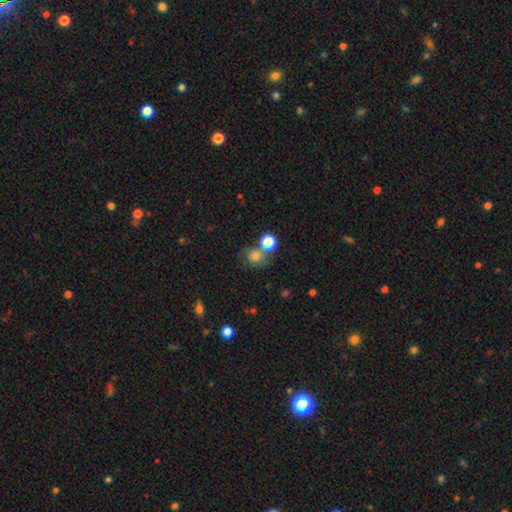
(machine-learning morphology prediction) smooth_or_featured: smooth (p=0.76) [alt: star or artifact p=0.14]
how_rounded: round (p=0.82) [alt: in between p=0.17]
merging: none (p=0.56) [alt: merger p=0.26]